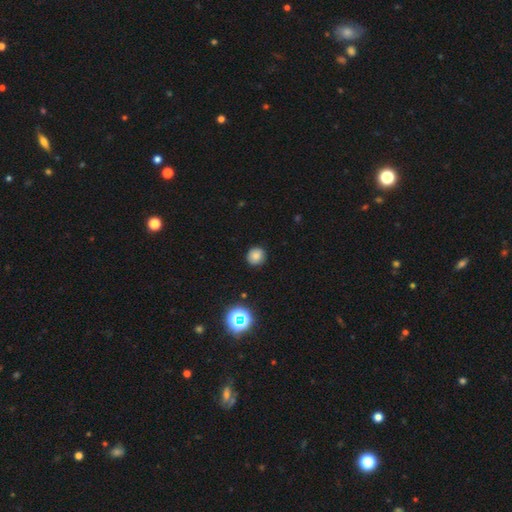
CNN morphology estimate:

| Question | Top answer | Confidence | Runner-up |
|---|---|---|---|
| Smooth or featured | smooth | 78% | star or artifact (14%) |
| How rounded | round | 89% | in between (10%) |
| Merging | none | 89% | minor disturbance (8%) |